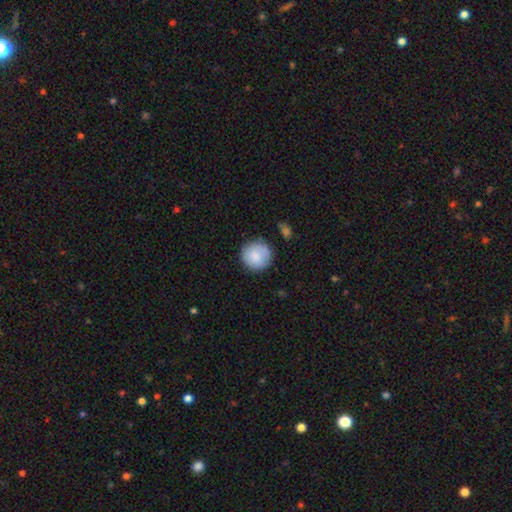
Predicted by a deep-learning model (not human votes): A smooth galaxy with no disk features (82%) that is round (93%). Merging: none (80%).